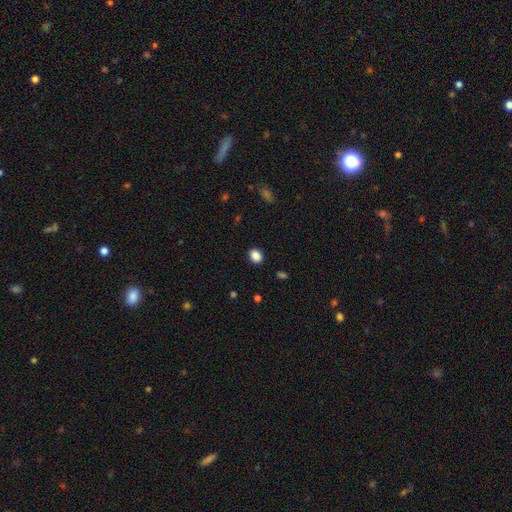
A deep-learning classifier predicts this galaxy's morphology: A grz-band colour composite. It shows a smooth galaxy with no disk features (88%) that is in between round and cigar-shaped (57%). Merging: none (89%).